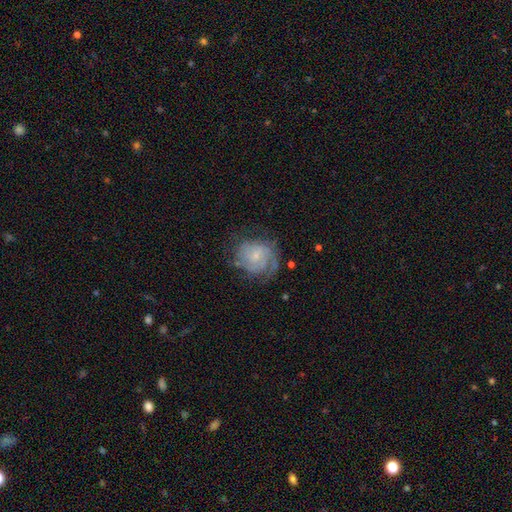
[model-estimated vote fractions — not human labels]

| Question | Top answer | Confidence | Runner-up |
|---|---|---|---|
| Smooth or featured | featured or disk | 74% | smooth (19%) |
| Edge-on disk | no | 98% | yes (2%) |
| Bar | no | 65% | weak (31%) |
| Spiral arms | yes | 91% | no (9%) |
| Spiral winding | tight | 59% | medium (31%) |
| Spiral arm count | can't tell | 37% | 2 (27%) |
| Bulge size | small | 74% | moderate (18%) |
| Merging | none | 61% | minor disturbance (23%) |